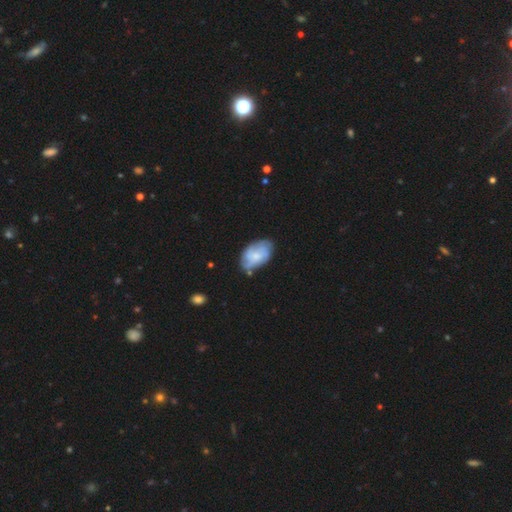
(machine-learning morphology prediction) This appears to be a featured or disk galaxy (54%) with no bar (72%), spiral arms (81%) and a small central bulge (52%). Merging: none (67%).